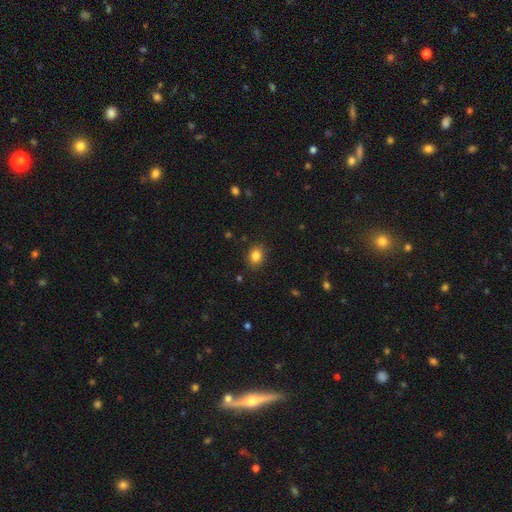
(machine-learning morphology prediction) Q: Smooth or featured?
A: smooth (84%); runner-up: star or artifact (11%)
Q: How rounded?
A: round (50%); runner-up: in between (49%)
Q: Merging?
A: none (86%); runner-up: minor disturbance (10%)